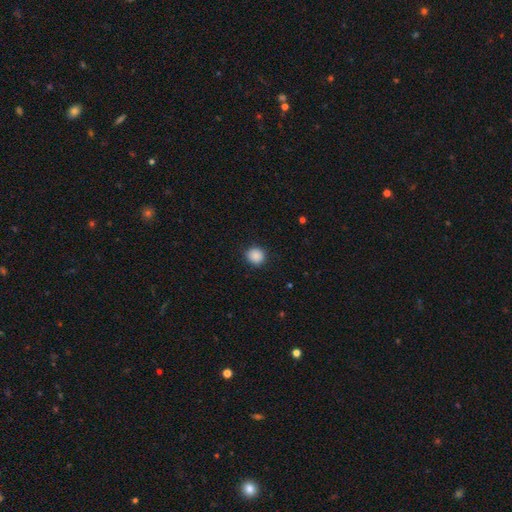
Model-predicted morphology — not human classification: This is clearly a smooth galaxy (88%). How rounded: clearly round (88%). Merging: clearly none (90%).